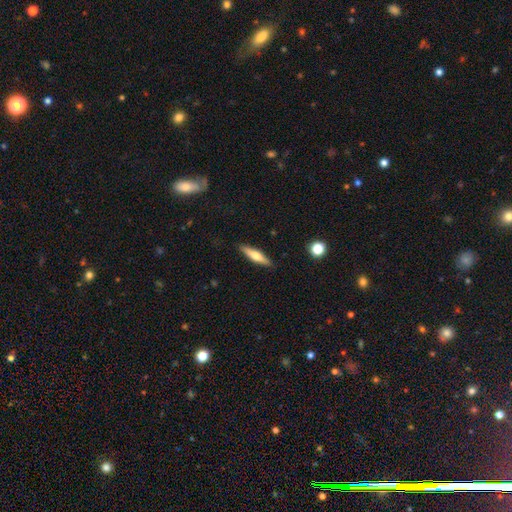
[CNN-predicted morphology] Smooth or featured? smooth (52%)
How rounded? cigar-shaped (77%)
Merging? none (89%)